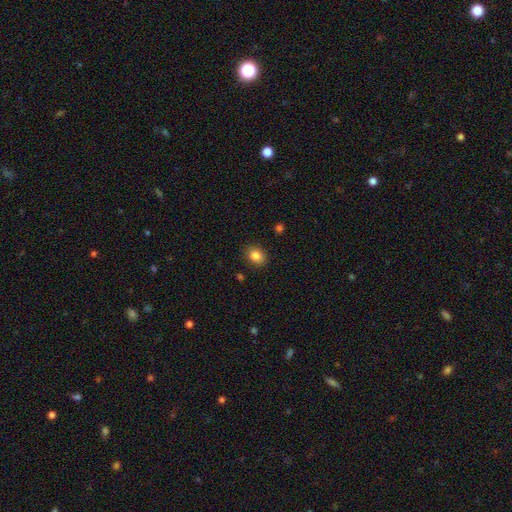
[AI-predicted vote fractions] This is clearly a smooth galaxy (85%). How rounded: possibly in between (53%). Merging: clearly none (87%).